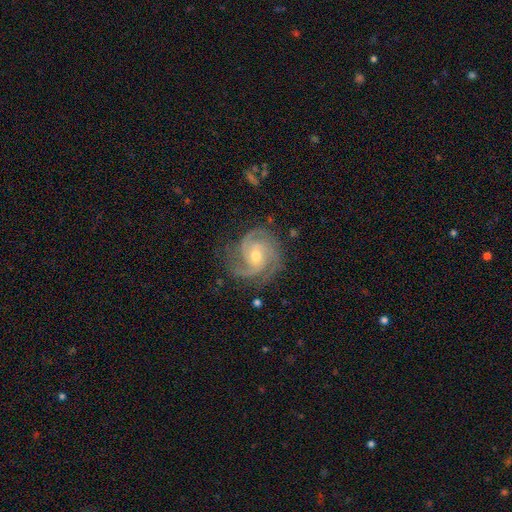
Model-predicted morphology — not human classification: A featured or disk galaxy (91%) with no bar (66%), 3 (63%) tight (55%) spiral arms (98%) and a moderate central bulge (59%).

Vote fractions:
- Smooth or featured? featured or disk: 91% / star or artifact: 5% / smooth: 5%
- Edge-on disk? no: 98% / yes: 2%
- Bar? no: 66% / weak: 27% / strong: 7%
- Spiral arms? yes: 98% / no: 2%
- Spiral winding? tight: 55% / medium: 39% / loose: 6%
- Spiral arm count? 3: 63% / 2: 14% / 4: 9% / can't tell: 7% / 1: 4% / more than 4: 4%
- Bulge size? moderate: 59% / small: 37% / large: 2% / none: 1% / dominant: 1%
- Merging? none: 76% / minor disturbance: 17% / major disturbance: 6% / merger: 1%